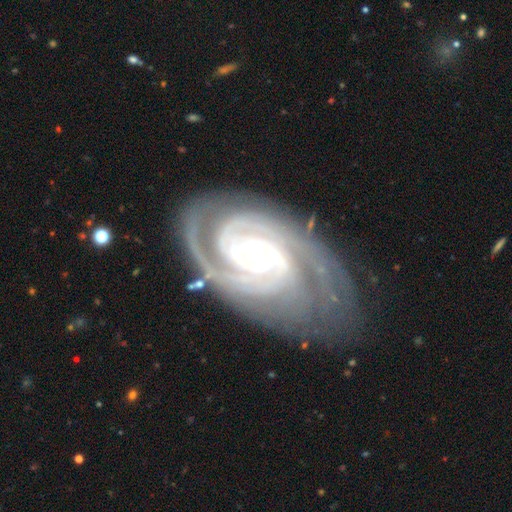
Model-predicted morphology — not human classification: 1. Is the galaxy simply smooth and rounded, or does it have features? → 93% featured or disk, 4% star or artifact, 3% smooth.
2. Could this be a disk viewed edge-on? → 96% no, 4% yes.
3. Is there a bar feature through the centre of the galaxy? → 49% no, 32% weak, 19% strong.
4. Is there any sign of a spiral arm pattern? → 99% yes, 1% no.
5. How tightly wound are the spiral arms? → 75% tight, 23% medium, 3% loose.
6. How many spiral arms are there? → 41% 2, 32% 3, 9% can't tell, 9% 4, 5% more than 4, 4% 1.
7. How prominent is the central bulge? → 55% moderate, 38% small, 4% large, 1% none, 1% dominant.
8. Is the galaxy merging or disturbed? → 72% none, 19% minor disturbance, 8% major disturbance, 2% merger.